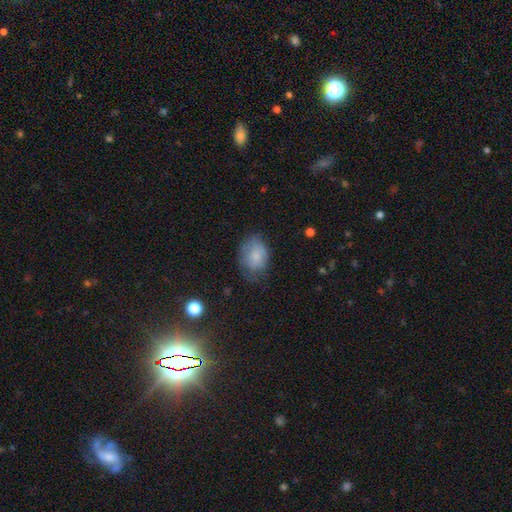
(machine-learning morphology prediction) smooth_or_featured: smooth (p=0.76) [alt: featured or disk p=0.16]
how_rounded: in between (p=0.71) [alt: round p=0.28]
merging: none (p=0.54) [alt: minor disturbance p=0.31]